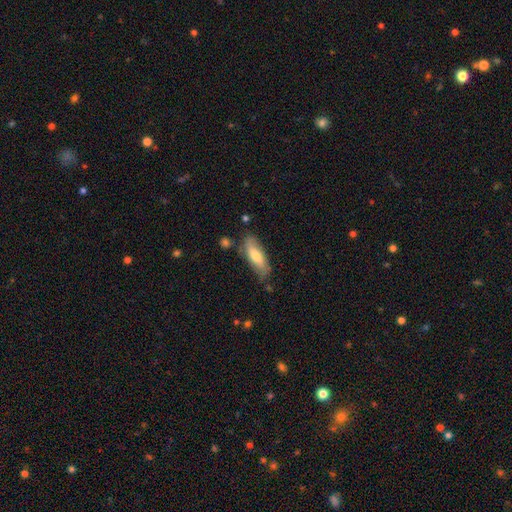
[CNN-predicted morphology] The model was most divided on "how rounded": in between: 60%, cigar-shaped: 38%, round: 2%. More confident: merging — none (74%); smooth or featured — smooth (64%).